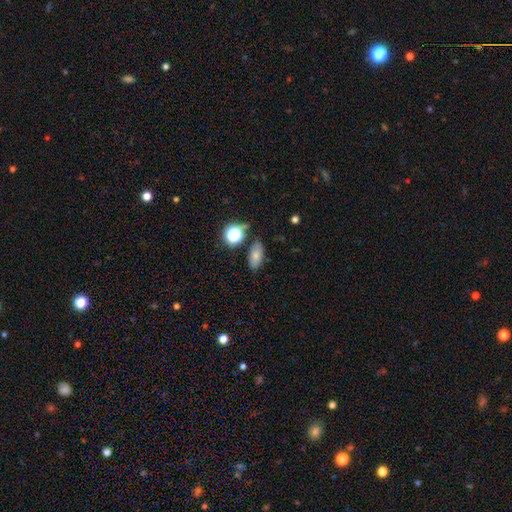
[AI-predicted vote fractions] A smooth galaxy with no disk features (73%) that is in between round and cigar-shaped (85%). Merging: none (76%).